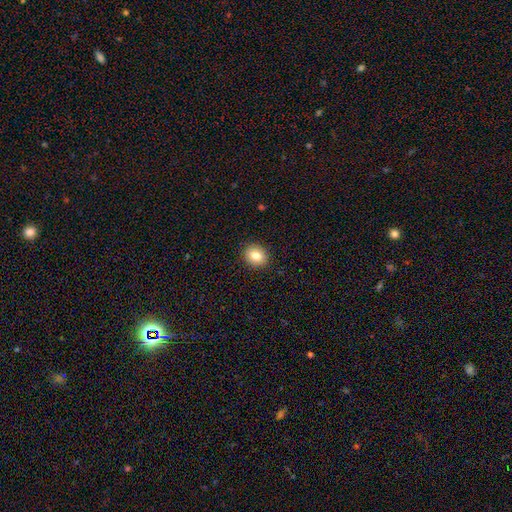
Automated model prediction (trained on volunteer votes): The model was most divided on "how rounded": round: 54%, in between: 45%, cigar-shaped: 1%. More confident: merging — none (90%); smooth or featured — smooth (81%).